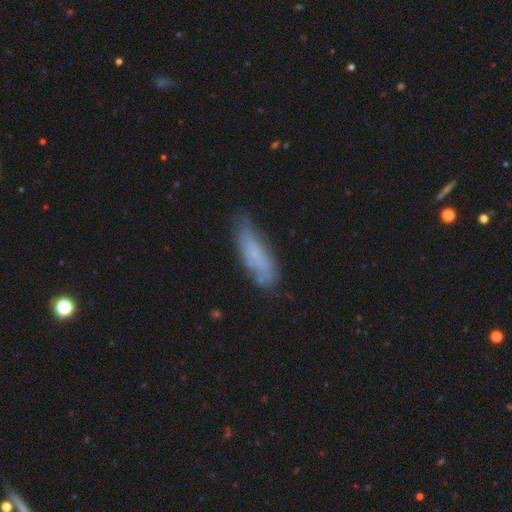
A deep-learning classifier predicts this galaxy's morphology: Smooth or featured? smooth (61%)
How rounded? cigar-shaped (52%)
Merging? none (64%)